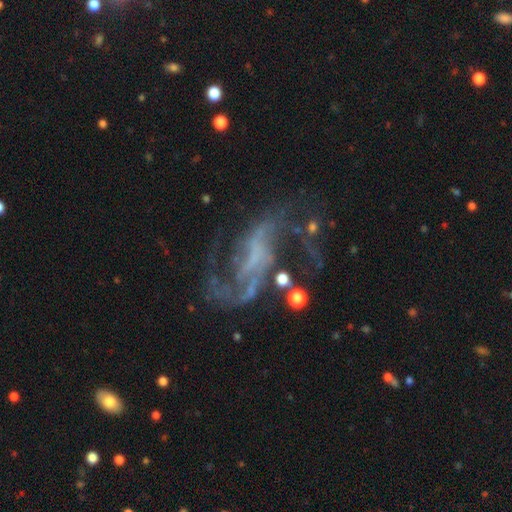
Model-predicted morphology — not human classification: Overall: featured or disk (86%). Edge-on disk: no (97%). Bar: weak (38%; no 32%). Spiral arms: yes (92%). Spiral arm count: 2 (64%). Spiral winding: loose (57%; medium 34%). Bulge size: none (63%; small 24%). Merging: none (48%; major disturbance 30%).